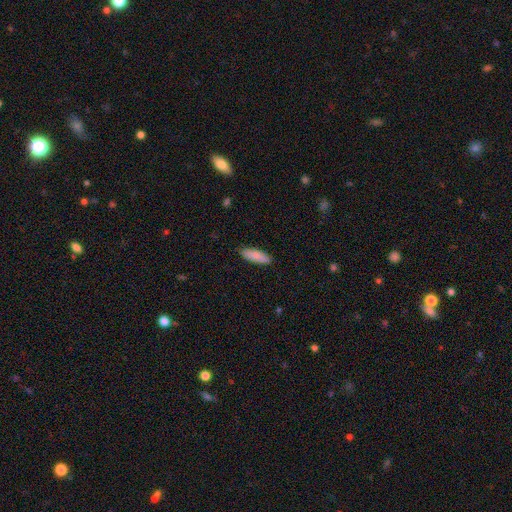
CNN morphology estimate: The model was most divided on "how rounded": in between: 51%, cigar-shaped: 47%, round: 2%. More confident: smooth or featured — smooth (87%); merging — none (87%).